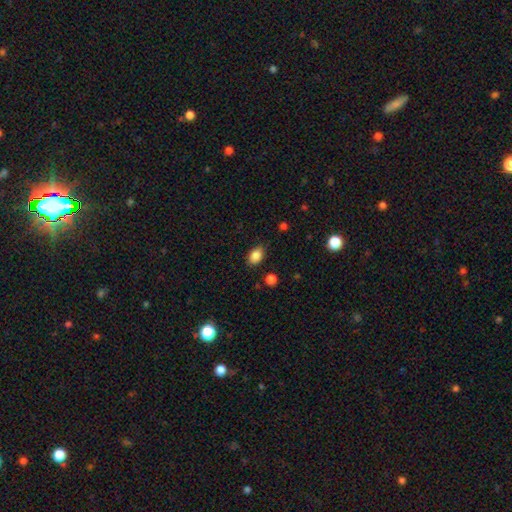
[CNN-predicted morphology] This is clearly a smooth galaxy (86%). How rounded: clearly in between (82%). Merging: clearly none (84%).